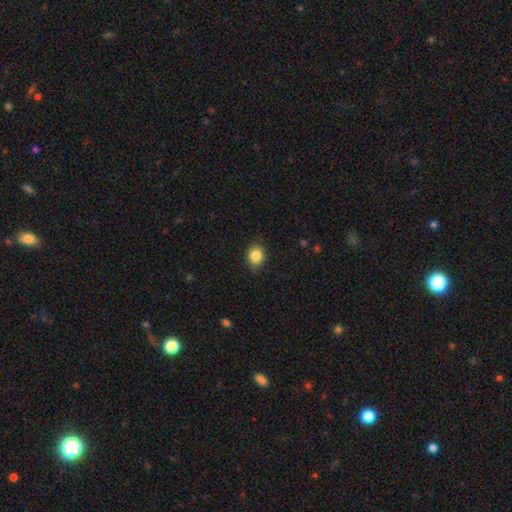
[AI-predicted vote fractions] smooth-or-featured: smooth: 85% | star or artifact: 9% | featured or disk: 6%
  how-rounded: round: 53% | in between: 46% | cigar-shaped: 1%
  merging: none: 83% | minor disturbance: 13% | major disturbance: 3% | merger: 1%